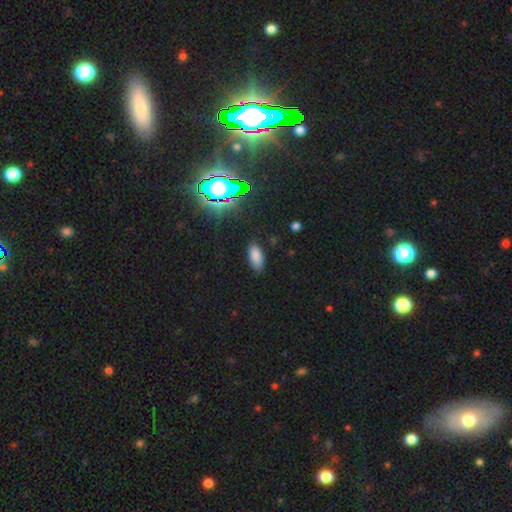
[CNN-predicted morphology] The model was most divided on "smooth or featured": smooth: 79%, star or artifact: 15%, featured or disk: 6%. More confident: how rounded — in between (90%); merging — none (85%).